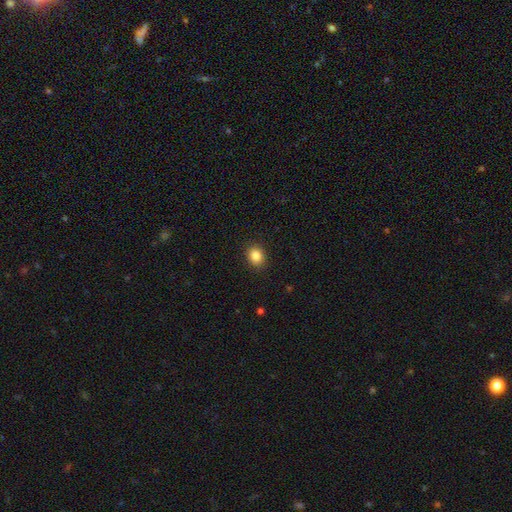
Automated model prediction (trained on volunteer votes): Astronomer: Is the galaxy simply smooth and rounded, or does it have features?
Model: smooth — 85%.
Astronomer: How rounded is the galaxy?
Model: round — 54% (runner-up: in between, 45%).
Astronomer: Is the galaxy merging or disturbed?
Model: none — 90%.